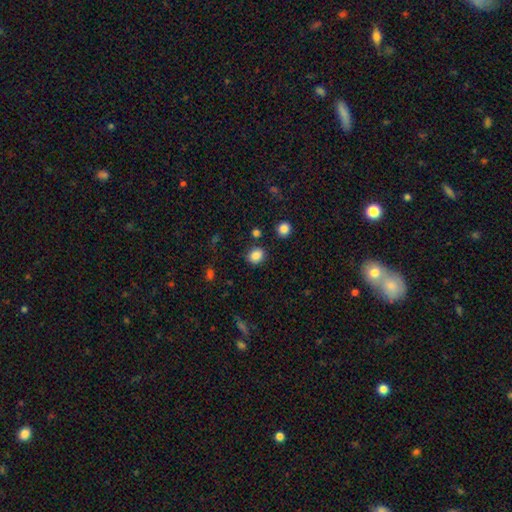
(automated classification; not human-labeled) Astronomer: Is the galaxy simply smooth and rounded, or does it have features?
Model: smooth — 85%.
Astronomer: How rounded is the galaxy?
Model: round — 66%.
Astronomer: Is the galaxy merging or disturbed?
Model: none — 83%.